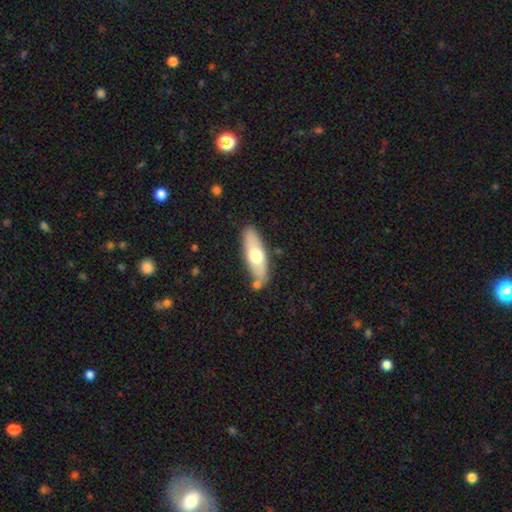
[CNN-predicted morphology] Smooth or featured? Predicted: smooth (p=0.58). How rounded? Predicted: in between (p=0.54). Merging? Predicted: none (p=0.75).